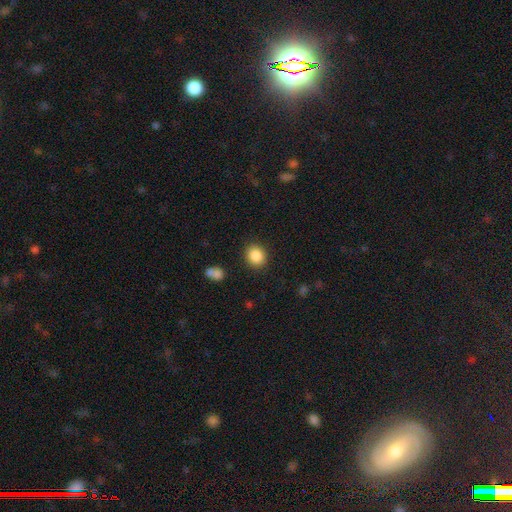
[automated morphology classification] smooth 87%, star or artifact 9%, featured or disk 4%. Down the decision tree: how rounded — round (73%); merging — none (88%).